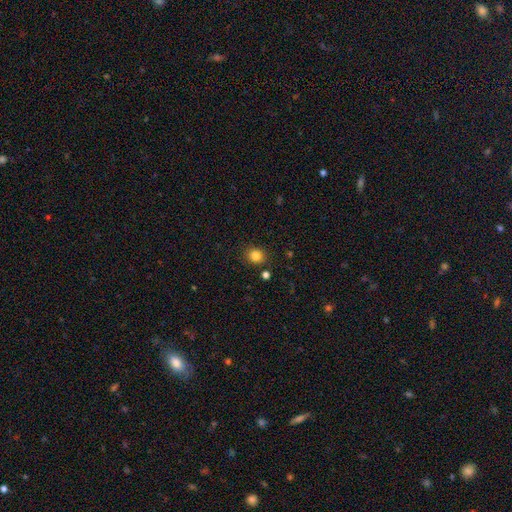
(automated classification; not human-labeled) A smooth galaxy with no disk features (83%) that is round (82%).

Vote fractions:
- Smooth or featured? smooth: 83% / star or artifact: 12% / featured or disk: 5%
- How rounded? round: 82% / in between: 17% / cigar-shaped: 1%
- Merging? none: 86% / minor disturbance: 8% / merger: 3% / major disturbance: 2%